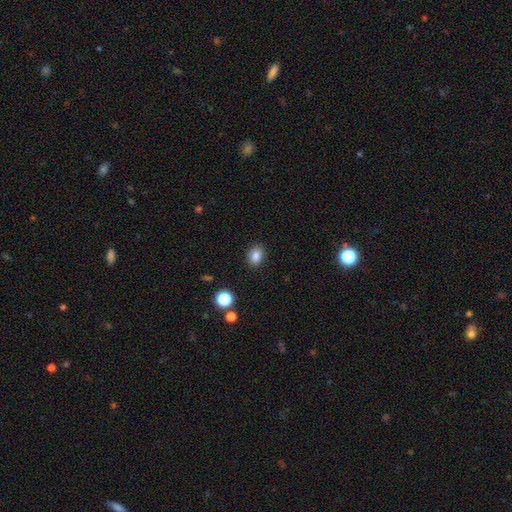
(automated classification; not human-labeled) Morphology: type=smooth (84%); roundness=in between (59%); merging=none (87%).